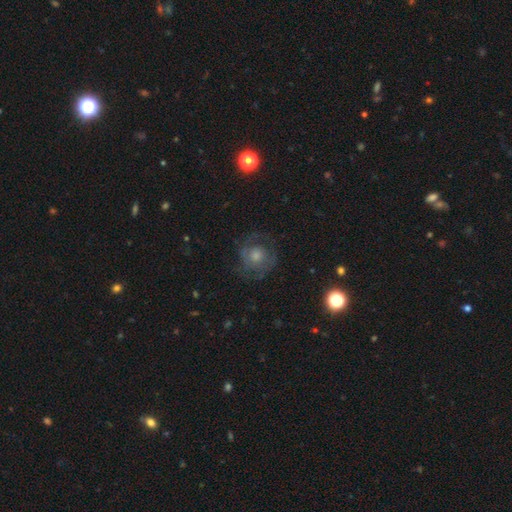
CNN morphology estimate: The model was most divided on "bulge size": moderate: 57%, small: 24%, large: 13%, none: 4%, dominant: 2%. More confident: edge-on disk — no (97%); spiral arms — yes (82%); bar — no (80%); merging — none (74%); smooth or featured — featured or disk (61%).